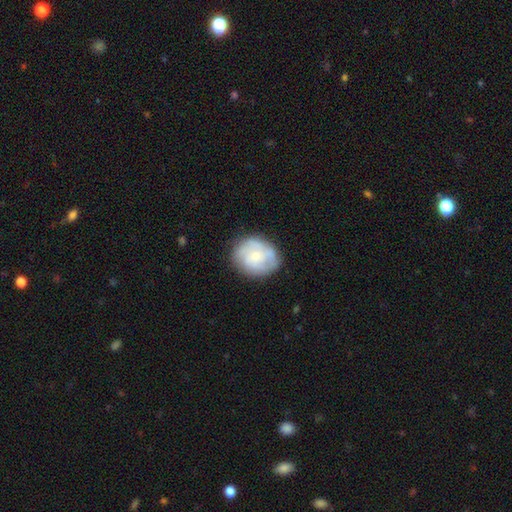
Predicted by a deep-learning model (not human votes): Smooth or featured? featured or disk (51%)
Edge-on disk? no (98%)
Merging? none (73%)